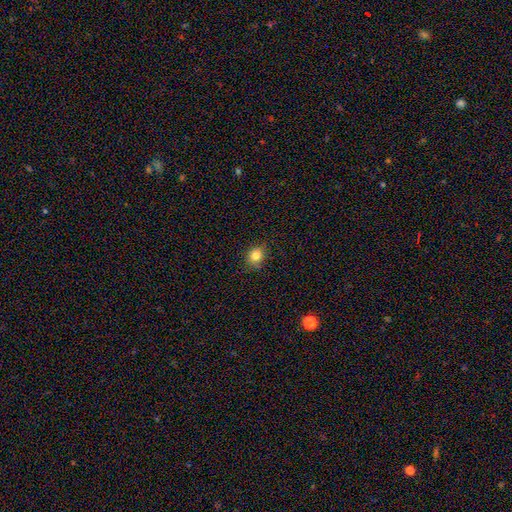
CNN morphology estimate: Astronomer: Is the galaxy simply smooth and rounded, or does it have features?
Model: smooth — 81%.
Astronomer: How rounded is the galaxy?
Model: round — 73%.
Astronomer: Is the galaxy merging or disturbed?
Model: none — 84%.